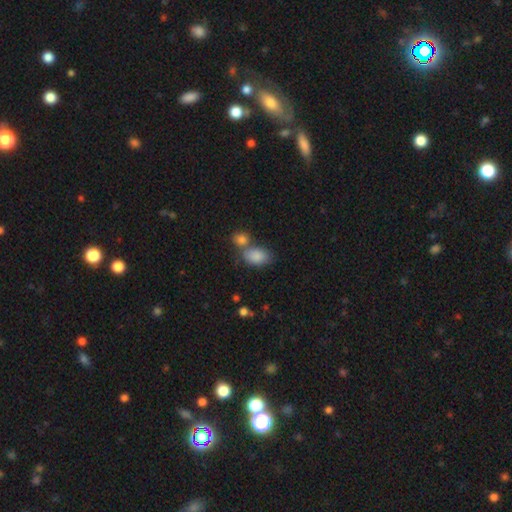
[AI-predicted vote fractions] A smooth galaxy with no disk features (86%) that is in between round and cigar-shaped (88%). Merging: none (43%).